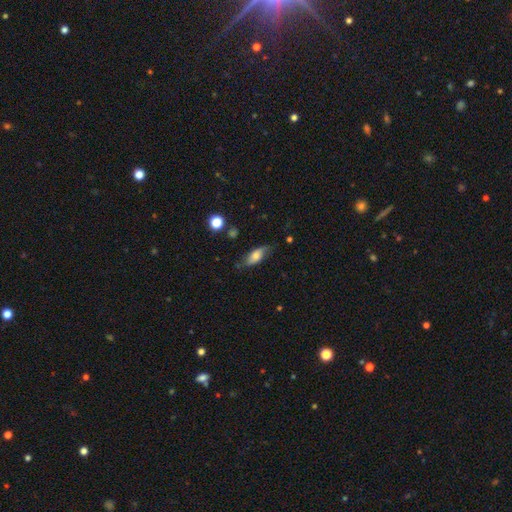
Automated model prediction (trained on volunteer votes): Smooth or featured? Predicted: smooth (p=0.66). How rounded? Predicted: in between (p=0.78). Merging? Predicted: none (p=0.69).